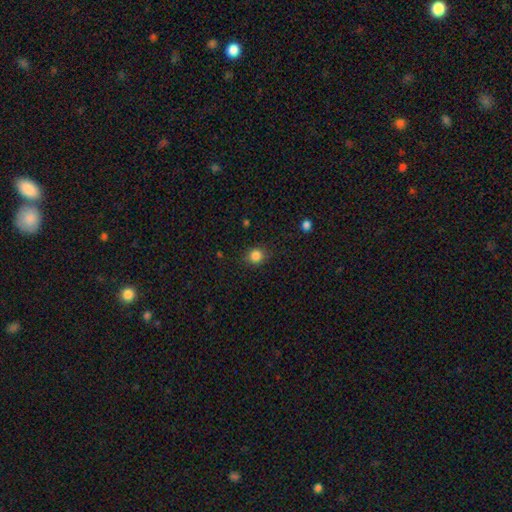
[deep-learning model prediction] This appears to be a smooth galaxy with no disk features (85%) that is round (83%). Merging: none (85%).